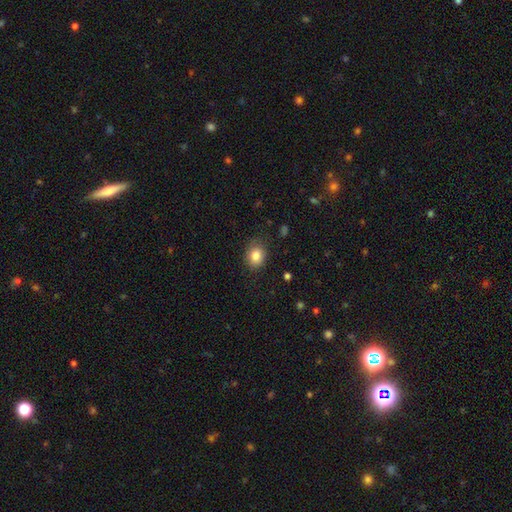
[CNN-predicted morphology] A smooth galaxy with no disk features (83%) that is round (55%).

Vote fractions:
- Smooth or featured? smooth: 83% / star or artifact: 9% / featured or disk: 7%
- How rounded? round: 55% / in between: 44% / cigar-shaped: 1%
- Merging? none: 78% / minor disturbance: 17% / major disturbance: 4% / merger: 1%